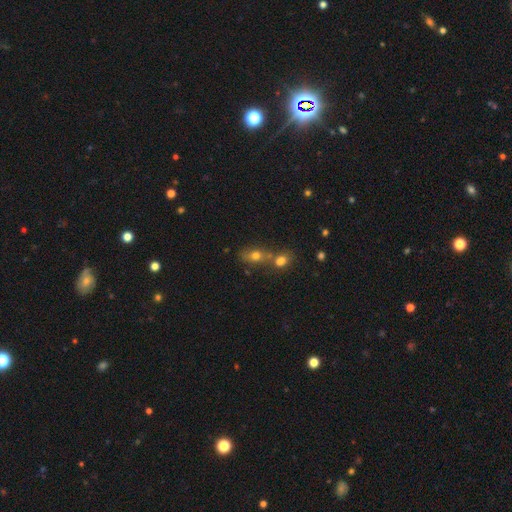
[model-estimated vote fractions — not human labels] Morphology: type=smooth (69%); roundness=in between (63%); merging=merger (46%).